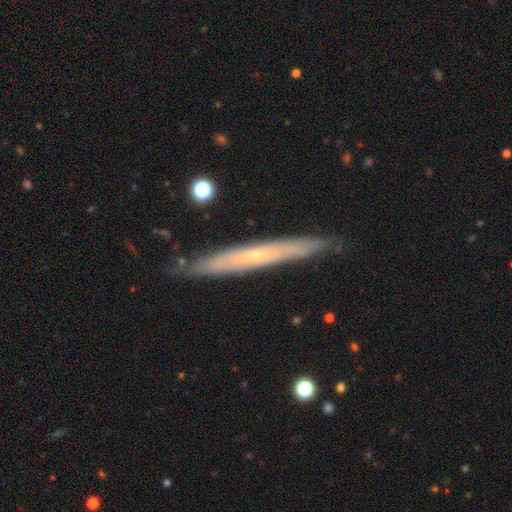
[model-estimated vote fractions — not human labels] Morphology: type=featured or disk (66%); edge-on=yes (86%); edge-on bulge=none (56%); merging=none (84%).